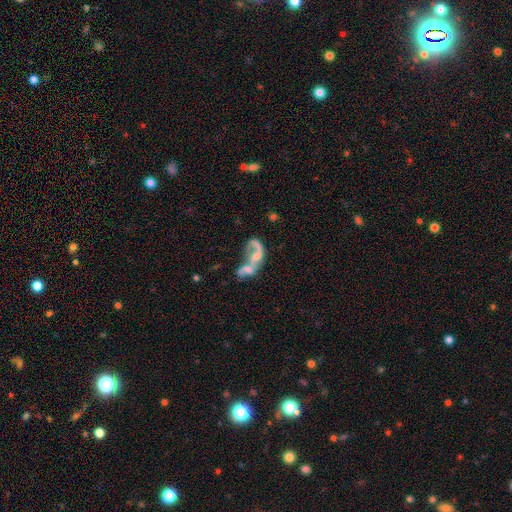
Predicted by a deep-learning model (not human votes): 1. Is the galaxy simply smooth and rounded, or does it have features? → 63% featured or disk, 25% smooth, 11% star or artifact.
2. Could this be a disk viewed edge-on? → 96% no, 4% yes.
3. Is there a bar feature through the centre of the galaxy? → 65% no, 26% weak, 9% strong.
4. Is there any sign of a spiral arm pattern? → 56% yes, 44% no.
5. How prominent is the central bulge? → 36% none, 28% moderate, 27% small, 7% large, 2% dominant.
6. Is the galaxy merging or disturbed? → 60% merger, 20% major disturbance, 13% none, 6% minor disturbance.